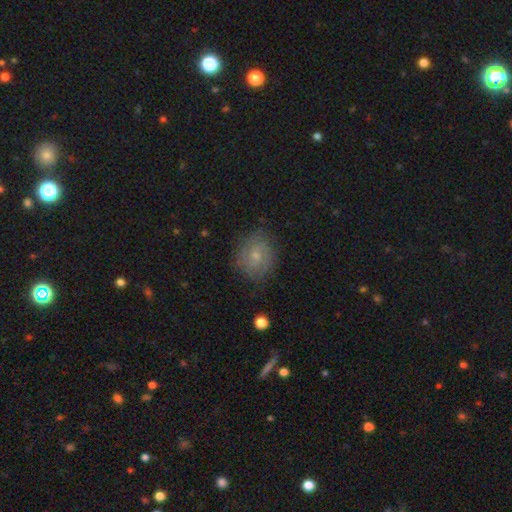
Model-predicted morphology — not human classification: Smooth or featured? Predicted: featured or disk (p=0.50). Edge-on disk? Predicted: no (p=0.97). Merging? Predicted: none (p=0.78).